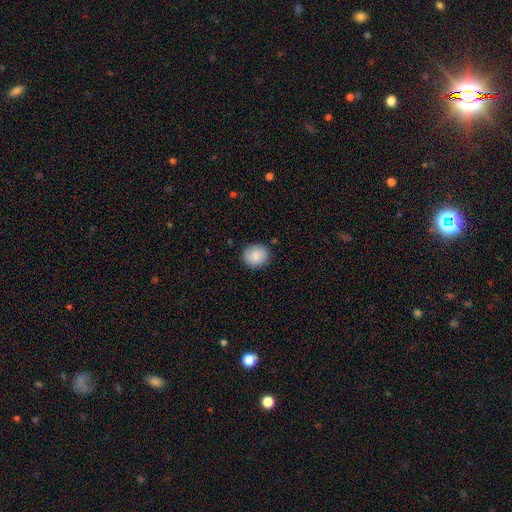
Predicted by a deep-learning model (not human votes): Smooth or featured?
  - smooth: 87% *
  - star or artifact: 7%
  - featured or disk: 5%
How rounded?
  - round: 77% *
  - in between: 22%
  - cigar-shaped: 1%
Merging?
  - none: 89% *
  - minor disturbance: 8%
  - major disturbance: 2%
  - merger: 1%